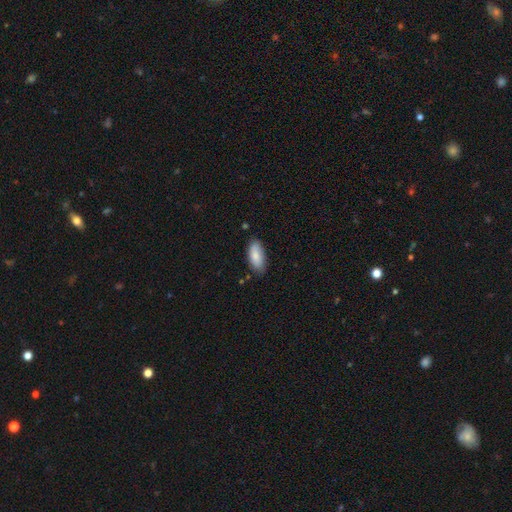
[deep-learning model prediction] Morphology: type=smooth (84%); roundness=in between (87%); merging=none (78%).